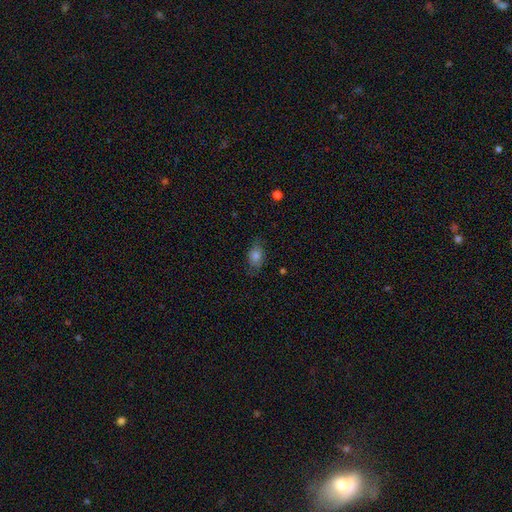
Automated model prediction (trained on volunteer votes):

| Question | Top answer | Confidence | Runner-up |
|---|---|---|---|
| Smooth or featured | smooth | 71% | featured or disk (17%) |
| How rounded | in between | 76% | round (21%) |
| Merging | none | 73% | minor disturbance (20%) |